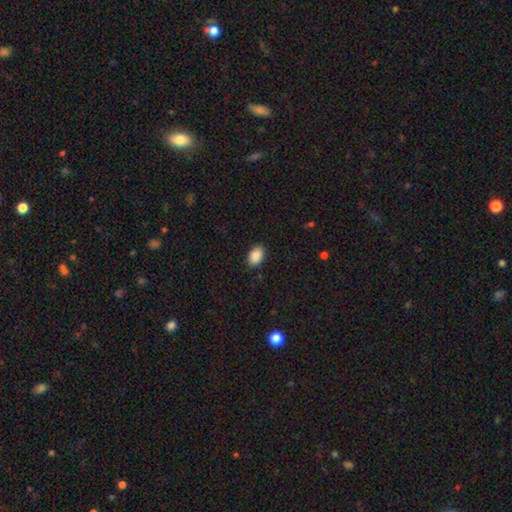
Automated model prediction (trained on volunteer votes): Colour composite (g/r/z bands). It shows a smooth galaxy with no disk features (89%) that is in between round and cigar-shaped (84%). Merging: none (88%).